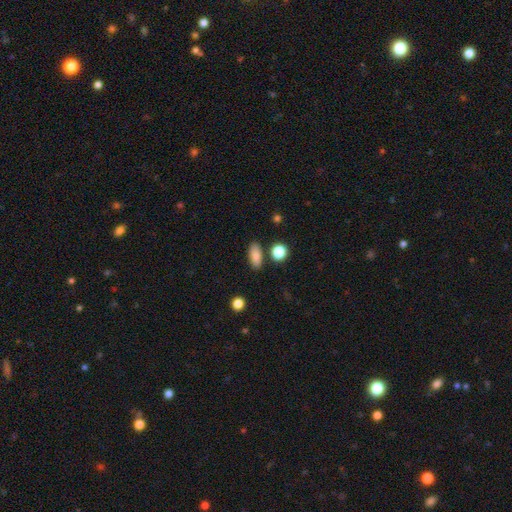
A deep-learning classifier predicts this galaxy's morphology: This is clearly a smooth galaxy (85%). How rounded: likely in between (78%). Merging: clearly none (82%).